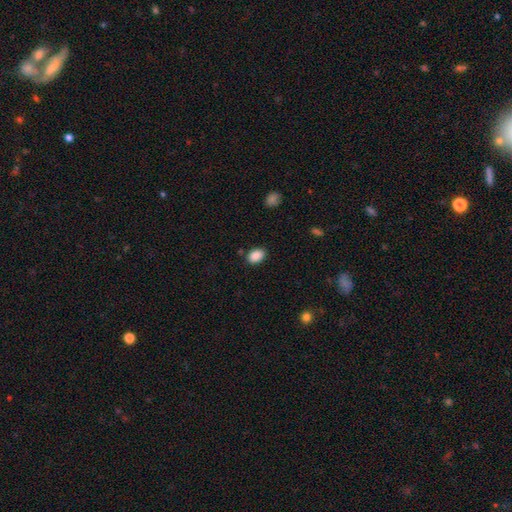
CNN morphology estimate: The model was most divided on "how rounded": in between: 77%, round: 22%, cigar-shaped: 1%. More confident: smooth or featured — smooth (89%); merging — none (84%).